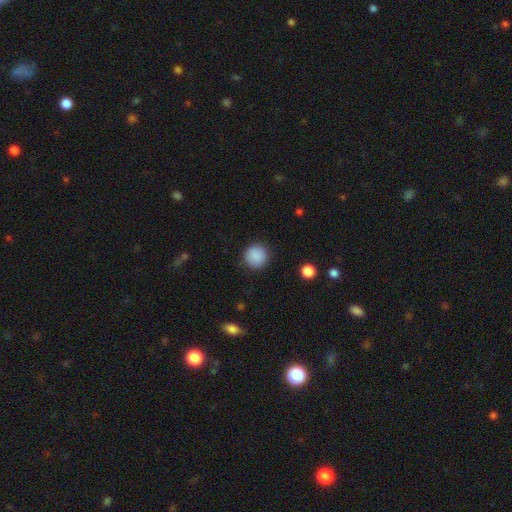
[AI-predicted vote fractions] smooth_or_featured: smooth (p=0.88) [alt: star or artifact p=0.08]
how_rounded: round (p=0.94) [alt: in between p=0.05]
merging: none (p=0.89) [alt: minor disturbance p=0.07]